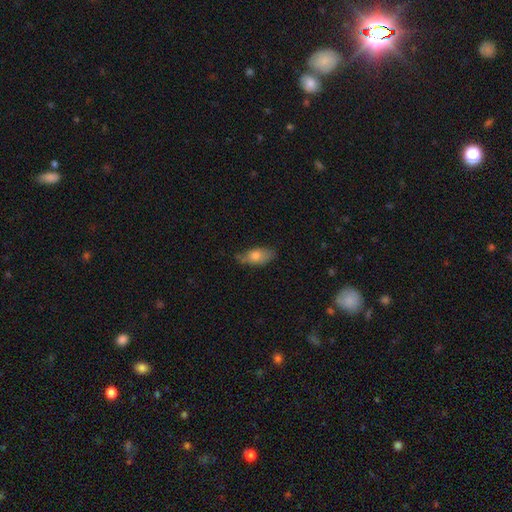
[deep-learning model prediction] Morphology: type=smooth (74%); roundness=in between (86%); merging=none (60%).